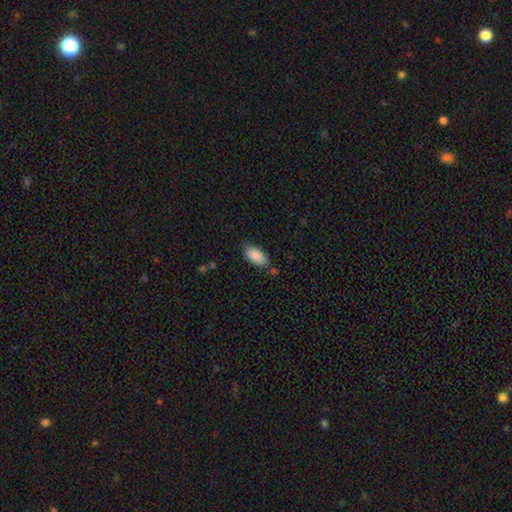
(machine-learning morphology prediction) type=smooth (88%); roundness=in between (93%); merging=none (74%).